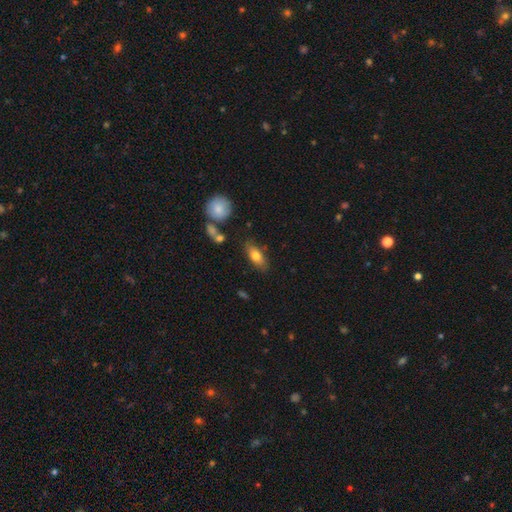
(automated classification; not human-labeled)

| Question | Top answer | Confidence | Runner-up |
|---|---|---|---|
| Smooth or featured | smooth | 74% | featured or disk (19%) |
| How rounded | in between | 80% | cigar-shaped (16%) |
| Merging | none | 77% | minor disturbance (15%) |